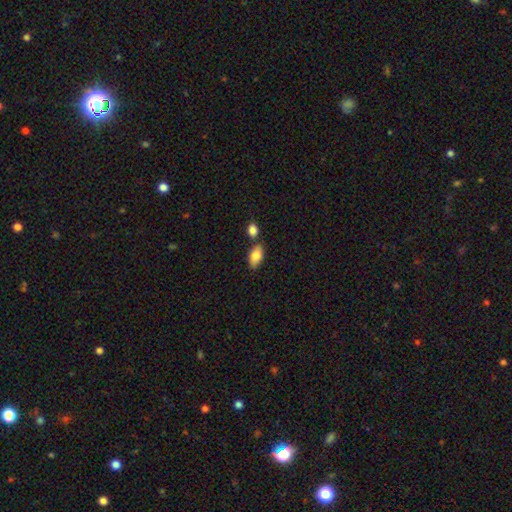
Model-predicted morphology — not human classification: The model was most divided on "merging": none: 69%, merger: 16%, minor disturbance: 12%, major disturbance: 3%. More confident: how rounded — in between (91%); smooth or featured — smooth (82%).